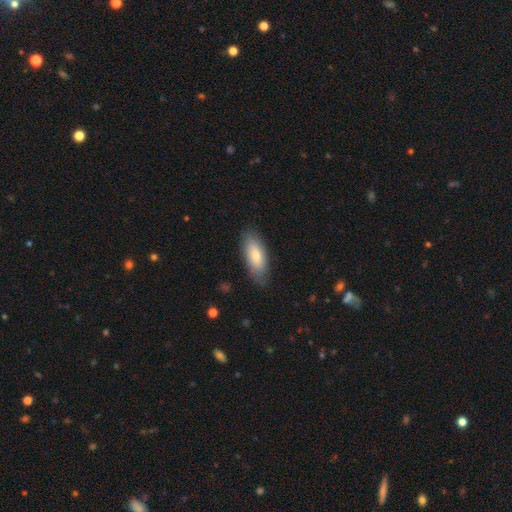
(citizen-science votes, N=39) smooth_or_featured: smooth (p=0.72) [alt: featured or disk p=0.23]
how_rounded: in between (p=0.79) [alt: cigar-shaped p=0.21]
merging: none (p=0.84) [alt: minor disturbance p=0.14]